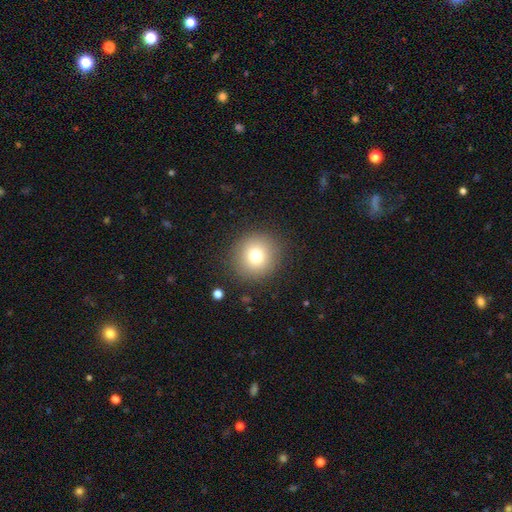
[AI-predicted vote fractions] Morphology: type=smooth (77%); roundness=round (93%); merging=none (89%).